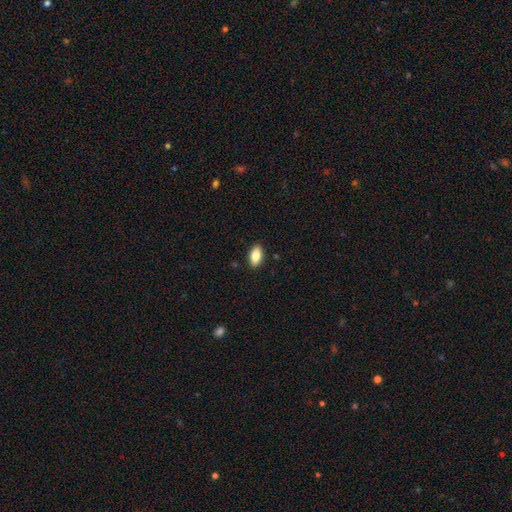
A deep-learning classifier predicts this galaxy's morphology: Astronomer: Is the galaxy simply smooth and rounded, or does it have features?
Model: smooth — 84%.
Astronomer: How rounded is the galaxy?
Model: in between — 92%.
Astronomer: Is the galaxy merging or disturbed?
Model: none — 90%.